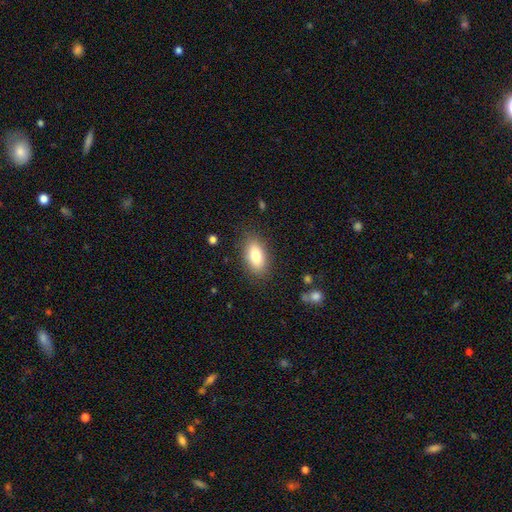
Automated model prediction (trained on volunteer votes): smooth-or-featured: smooth: 81% | featured or disk: 12% | star or artifact: 7%
  how-rounded: in between: 89% | cigar-shaped: 6% | round: 4%
  merging: none: 84% | minor disturbance: 11% | major disturbance: 3% | merger: 1%